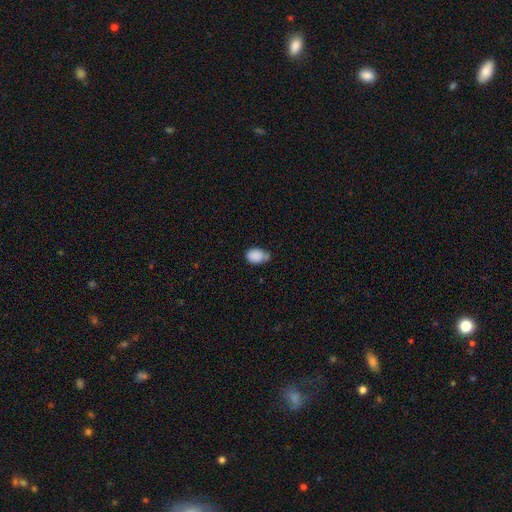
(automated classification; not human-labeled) Overall: smooth (87%). How rounded: in between (77%). Merging: none (48%; minor disturbance 36%).